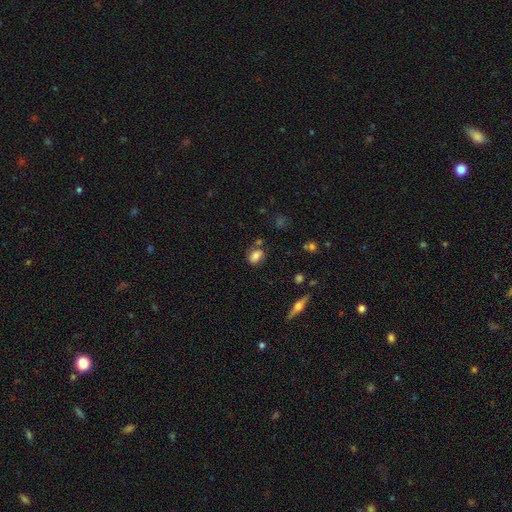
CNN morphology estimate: The model was most divided on "how rounded": in between: 72%, round: 26%, cigar-shaped: 2%. More confident: smooth or featured — smooth (75%); merging — none (66%).